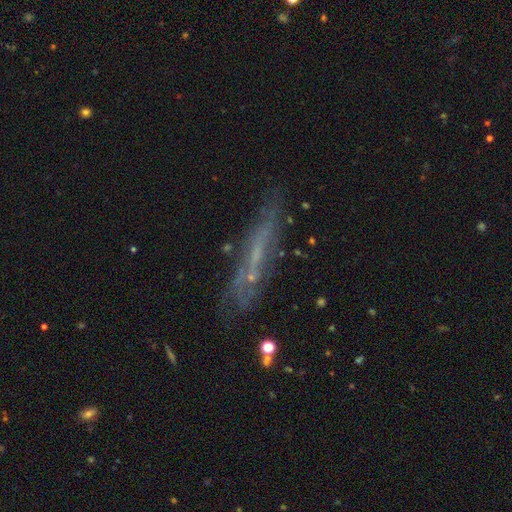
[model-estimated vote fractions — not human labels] Morphology: type=featured or disk (54%); edge-on=yes (65%); merging=none (70%).